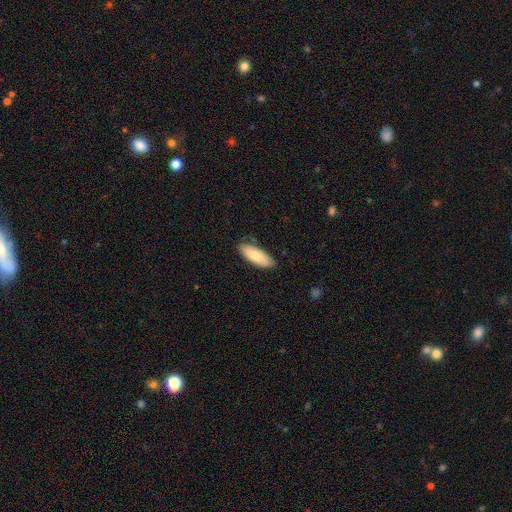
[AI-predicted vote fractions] smooth_or_featured: smooth (p=0.81) [alt: featured or disk p=0.13]
how_rounded: in between (p=0.70) [alt: cigar-shaped p=0.29]
merging: none (p=0.78) [alt: minor disturbance p=0.17]